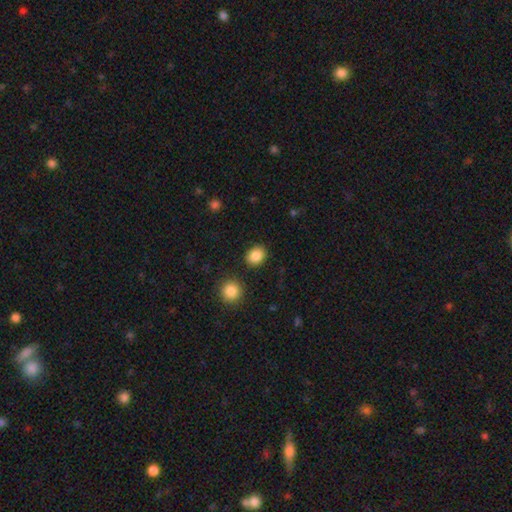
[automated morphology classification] type=smooth (87%); roundness=round (52%); merging=none (86%).